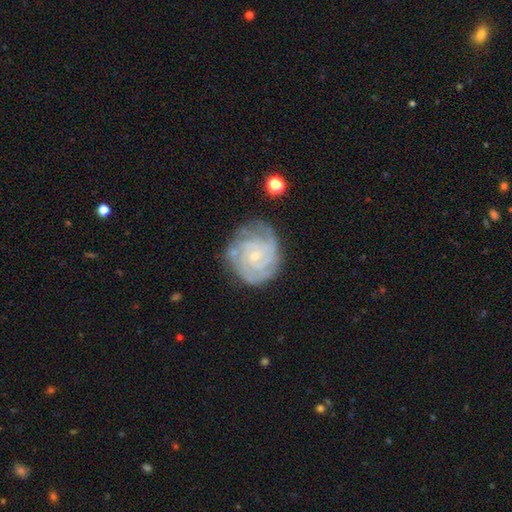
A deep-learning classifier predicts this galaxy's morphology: smooth_or_featured: featured or disk (p=0.83) [alt: smooth p=0.10]
disk_edge_on: no (p=0.98) [alt: yes p=0.02]
bar: no (p=0.72) [alt: weak p=0.24]
has_spiral_arms: yes (p=0.95) [alt: no p=0.05]
spiral_winding: tight (p=0.74) [alt: medium p=0.22]
spiral_arm_count: can't tell (p=0.30) [alt: 3 p=0.24]
bulge_size: small (p=0.78) [alt: moderate p=0.17]
merging: none (p=0.69) [alt: minor disturbance p=0.21]